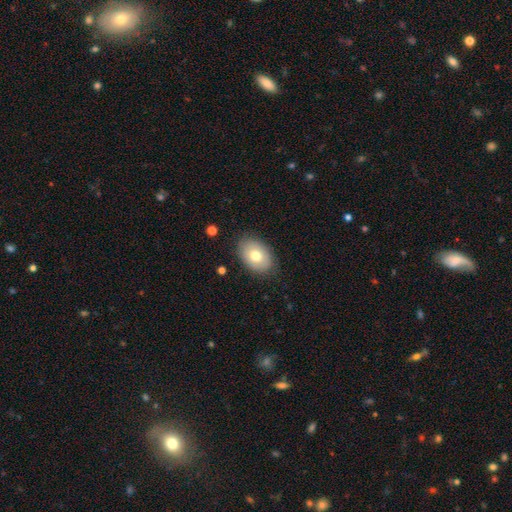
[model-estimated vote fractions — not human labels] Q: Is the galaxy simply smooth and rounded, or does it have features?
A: smooth — 72%.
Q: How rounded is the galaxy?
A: in between — 84%.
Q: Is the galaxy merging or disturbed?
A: none — 83%.